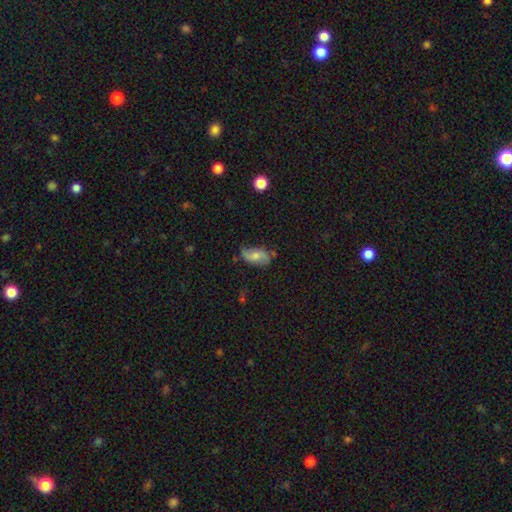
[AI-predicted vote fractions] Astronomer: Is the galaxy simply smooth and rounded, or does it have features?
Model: featured or disk — 48% (runner-up: smooth, 44%).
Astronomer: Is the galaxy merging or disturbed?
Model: none — 64%.